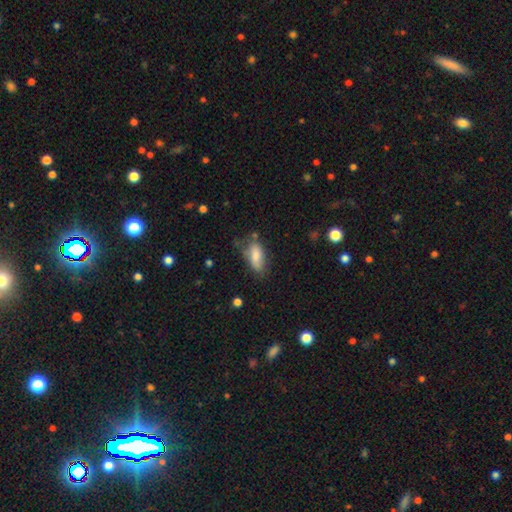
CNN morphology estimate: Smooth or featured? Predicted: smooth (p=0.77). How rounded? Predicted: in between (p=0.85). Merging? Predicted: none (p=0.55).